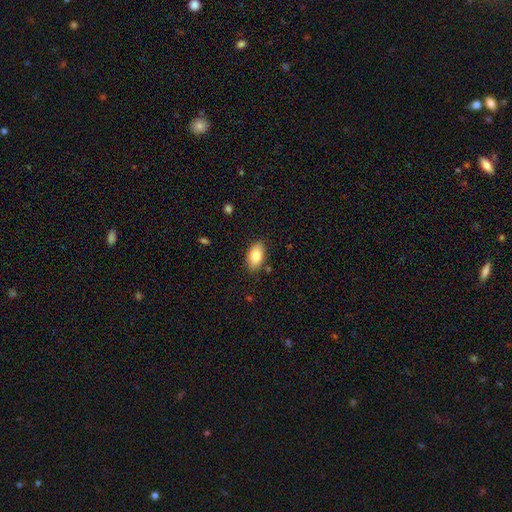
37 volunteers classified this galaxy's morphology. Smooth or featured? smooth (89%)
How rounded? in between (94%)
Merging? none (79%)